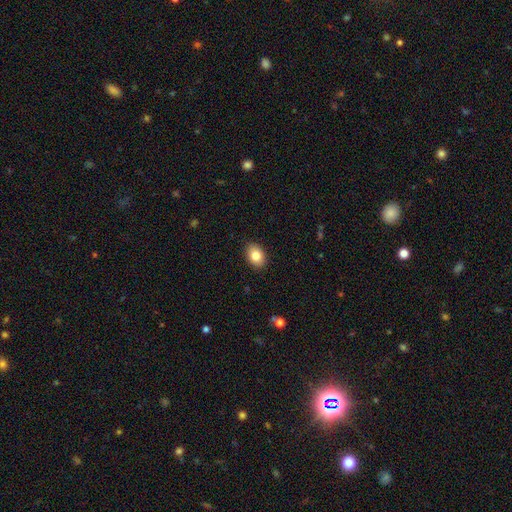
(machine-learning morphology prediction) Q: Smooth or featured?
A: smooth (84%); runner-up: featured or disk (8%)
Q: How rounded?
A: in between (74%); runner-up: round (25%)
Q: Merging?
A: none (88%); runner-up: minor disturbance (9%)